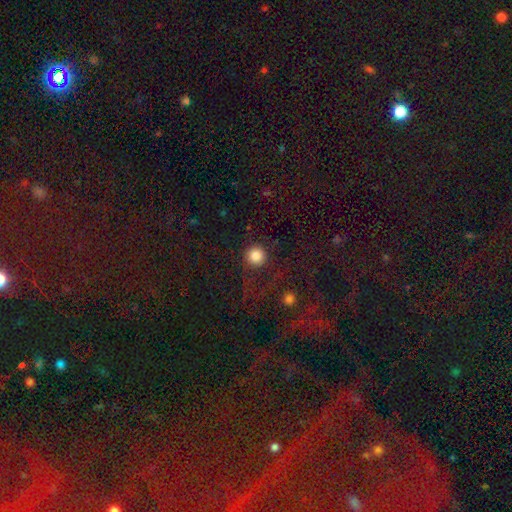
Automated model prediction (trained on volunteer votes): A smooth galaxy with no disk features (84%) that is round (95%).

Vote fractions:
- Smooth or featured? smooth: 84% / star or artifact: 12% / featured or disk: 5%
- How rounded? round: 95% / in between: 4% / cigar-shaped: 1%
- Merging? none: 84% / minor disturbance: 8% / major disturbance: 6% / merger: 2%